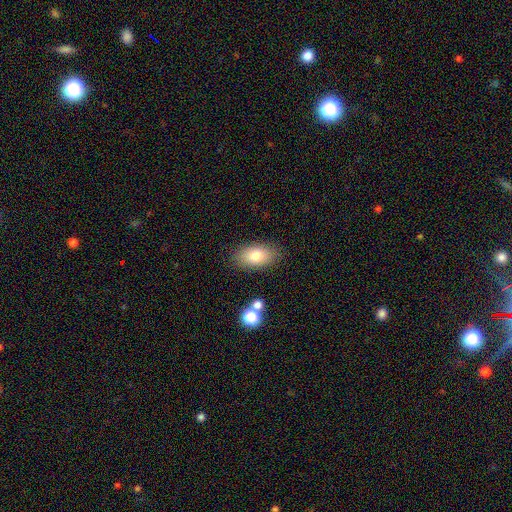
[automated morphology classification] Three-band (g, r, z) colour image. It shows a smooth galaxy with no disk features (77%) that is in between round and cigar-shaped (92%). Merging: none (84%).